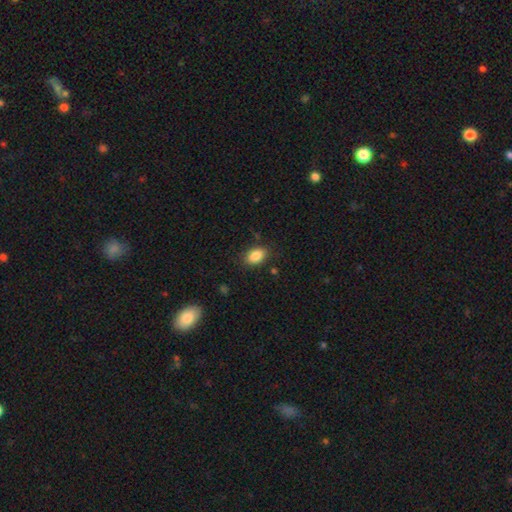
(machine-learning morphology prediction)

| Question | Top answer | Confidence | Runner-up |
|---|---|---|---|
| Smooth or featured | smooth | 86% | star or artifact (8%) |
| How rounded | in between | 84% | round (14%) |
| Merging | none | 83% | minor disturbance (13%) |